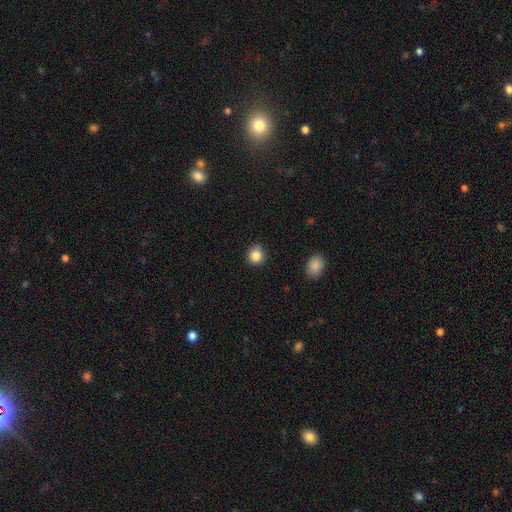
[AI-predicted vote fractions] A smooth galaxy with no disk features (85%) that is round (86%).

Vote fractions:
- Smooth or featured? smooth: 85% / star or artifact: 10% / featured or disk: 5%
- How rounded? round: 86% / in between: 13% / cigar-shaped: 1%
- Merging? none: 84% / minor disturbance: 12% / major disturbance: 2% / merger: 1%